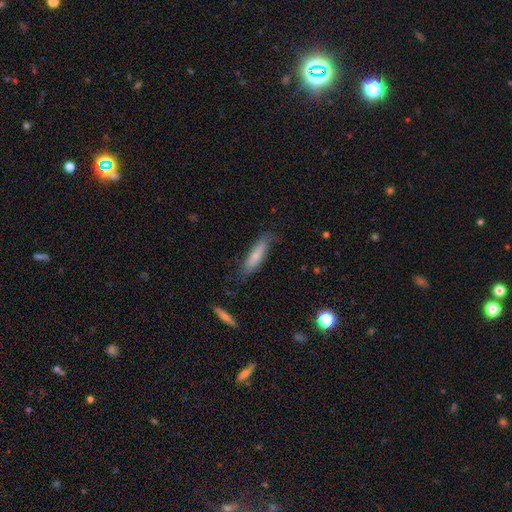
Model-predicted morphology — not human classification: Overall: smooth (67%; featured or disk 27%). How rounded: cigar-shaped (74%). Merging: none (74%).